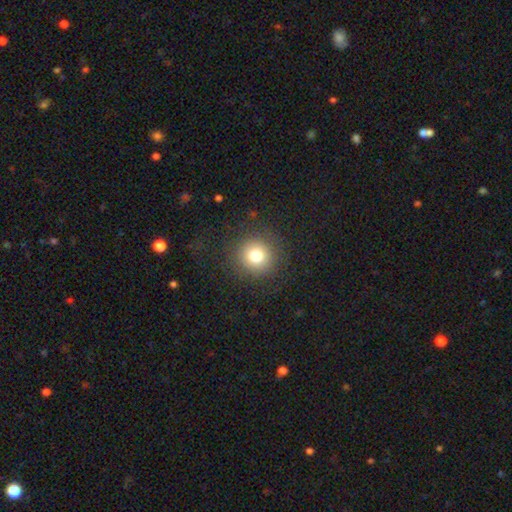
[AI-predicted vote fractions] Q: Smooth or featured?
A: smooth (79%); runner-up: star or artifact (13%)
Q: How rounded?
A: round (93%); runner-up: in between (6%)
Q: Merging?
A: none (87%); runner-up: minor disturbance (7%)